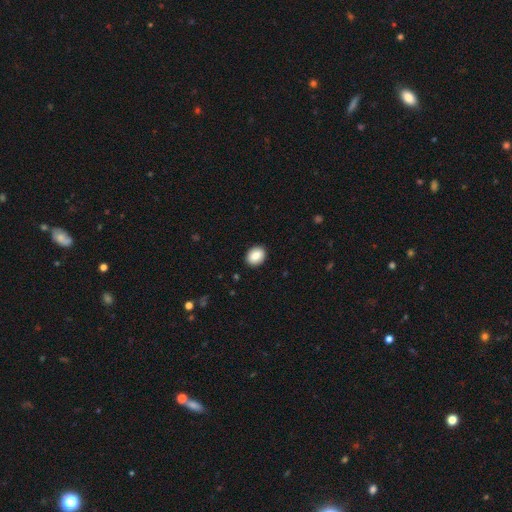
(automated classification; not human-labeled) smooth_or_featured: smooth (p=0.86) [alt: star or artifact p=0.08]
how_rounded: in between (p=0.58) [alt: round p=0.41]
merging: none (p=0.91) [alt: minor disturbance p=0.06]